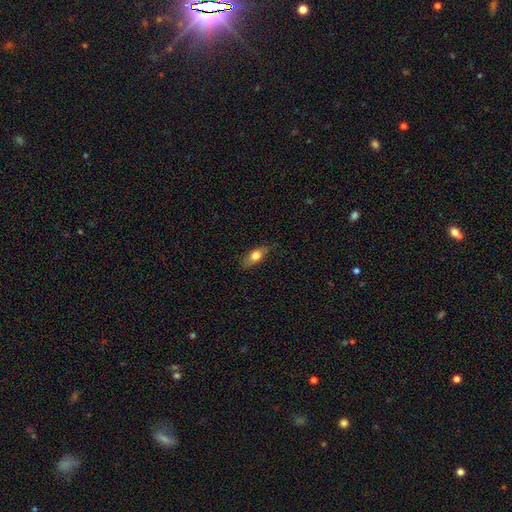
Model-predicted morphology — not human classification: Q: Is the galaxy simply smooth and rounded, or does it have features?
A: smooth — 73%.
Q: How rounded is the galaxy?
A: in between — 75%.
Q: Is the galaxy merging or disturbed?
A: none — 76%.